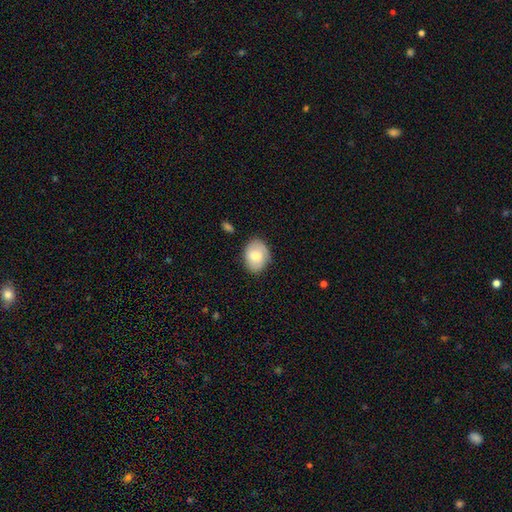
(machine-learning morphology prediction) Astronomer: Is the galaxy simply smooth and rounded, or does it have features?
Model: smooth — 72%.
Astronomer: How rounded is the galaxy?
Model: in between — 64%.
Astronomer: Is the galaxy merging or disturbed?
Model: none — 77%.